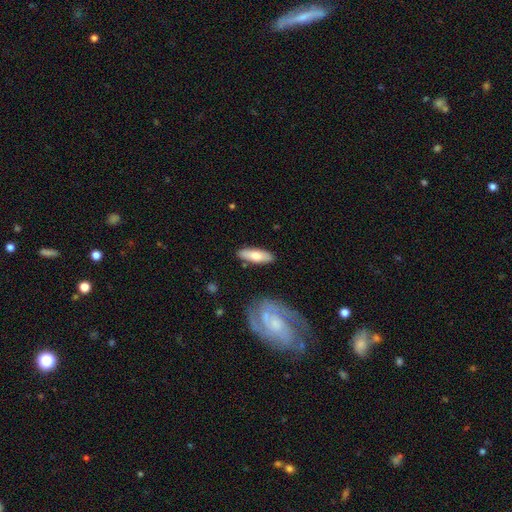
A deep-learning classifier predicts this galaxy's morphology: smooth-or-featured: smooth: 70% | featured or disk: 25% | star or artifact: 5%
  how-rounded: in between: 59% | cigar-shaped: 38% | round: 2%
  merging: none: 84% | minor disturbance: 11% | merger: 3% | major disturbance: 2%